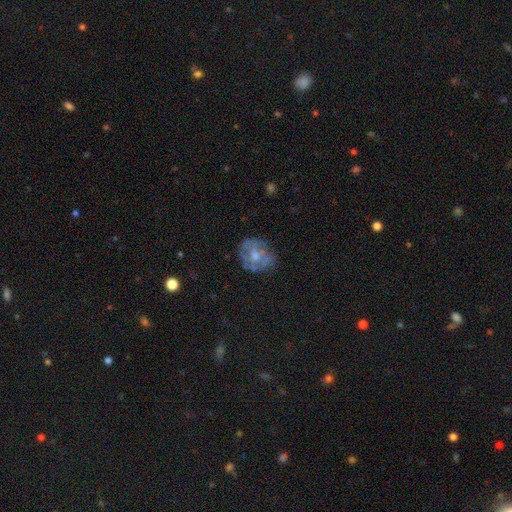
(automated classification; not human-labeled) Q: Smooth or featured?
A: featured or disk (56%); runner-up: smooth (36%)
Q: Edge-on disk?
A: no (97%); runner-up: yes (3%)
Q: Bar?
A: no (82%); runner-up: weak (15%)
Q: Spiral arms?
A: no (67%); runner-up: yes (33%)
Q: Bulge size?
A: moderate (58%); runner-up: small (28%)
Q: Merging?
A: none (63%); runner-up: minor disturbance (22%)